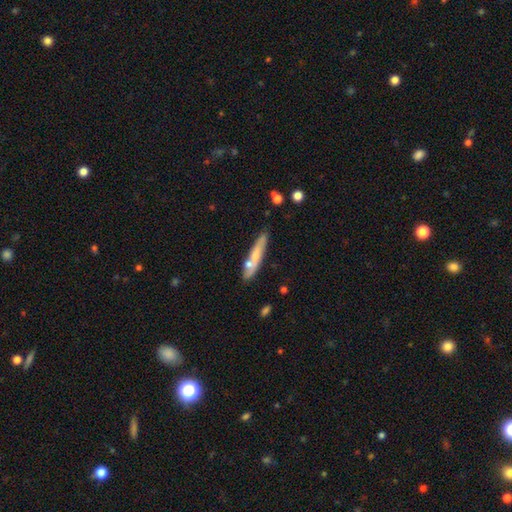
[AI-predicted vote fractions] A smooth galaxy with no disk features (57%) that is cigar-shaped (88%).

Vote fractions:
- Smooth or featured? smooth: 57% / featured or disk: 37% / star or artifact: 6%
- How rounded? cigar-shaped: 88% / in between: 10% / round: 2%
- Merging? none: 69% / minor disturbance: 17% / merger: 11% / major disturbance: 3%